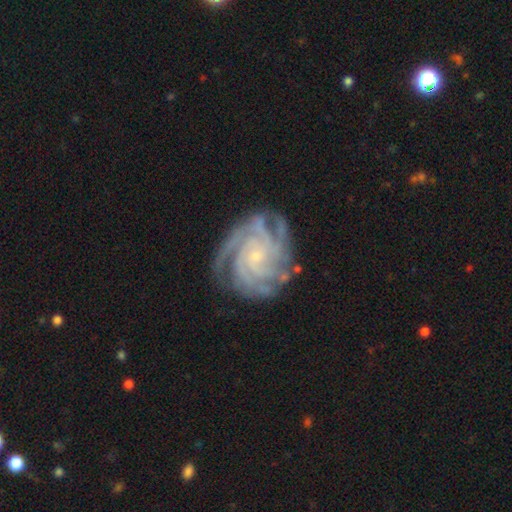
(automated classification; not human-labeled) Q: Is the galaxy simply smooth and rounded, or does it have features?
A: featured or disk — 91%.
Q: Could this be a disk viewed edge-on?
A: no — 98%.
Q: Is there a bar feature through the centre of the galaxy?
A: no — 71%.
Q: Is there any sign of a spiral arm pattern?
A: yes — 99%.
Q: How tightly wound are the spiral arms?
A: tight — 75%.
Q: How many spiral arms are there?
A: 4 — 37%.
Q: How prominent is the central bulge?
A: small — 83%.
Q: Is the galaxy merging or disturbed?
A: none — 77%.